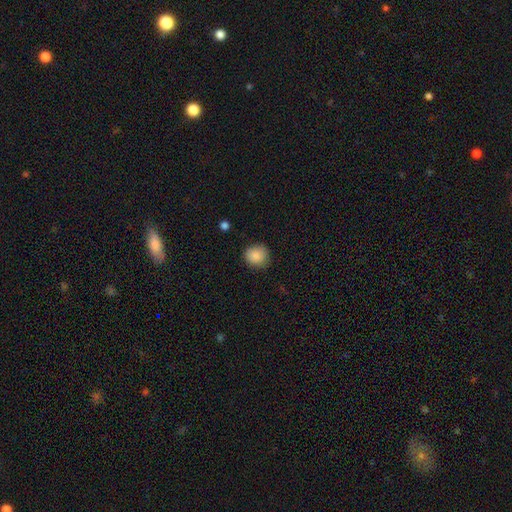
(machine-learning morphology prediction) smooth-or-featured: smooth: 87% | star or artifact: 9% | featured or disk: 5%
  how-rounded: round: 83% | in between: 16% | cigar-shaped: 1%
  merging: none: 81% | minor disturbance: 15% | major disturbance: 3% | merger: 1%